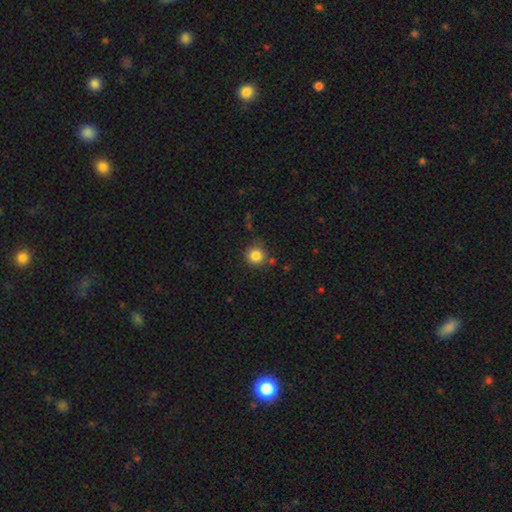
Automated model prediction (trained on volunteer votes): Overall: smooth (84%). How rounded: round (93%). Merging: none (82%).